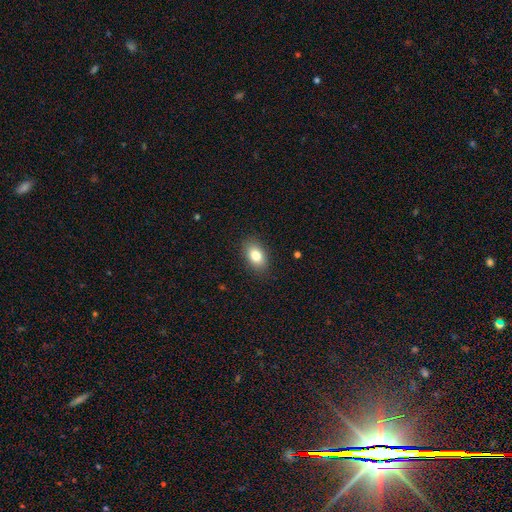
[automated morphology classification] type=smooth (81%); roundness=in between (87%); merging=none (87%).